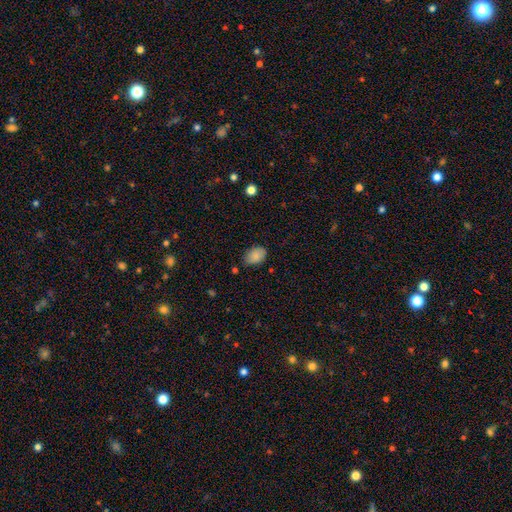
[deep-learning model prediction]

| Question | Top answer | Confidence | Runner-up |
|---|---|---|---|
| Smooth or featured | smooth | 86% | star or artifact (8%) |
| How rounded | in between | 82% | round (17%) |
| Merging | none | 73% | minor disturbance (21%) |